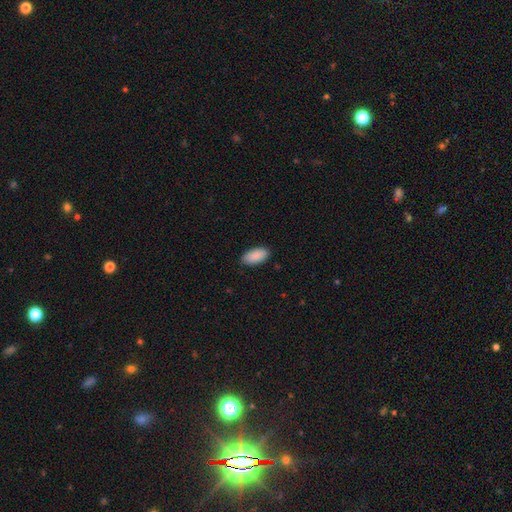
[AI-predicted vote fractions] smooth_or_featured: smooth (p=0.91) [alt: star or artifact p=0.06]
how_rounded: in between (p=0.93) [alt: cigar-shaped p=0.05]
merging: none (p=0.87) [alt: minor disturbance p=0.10]